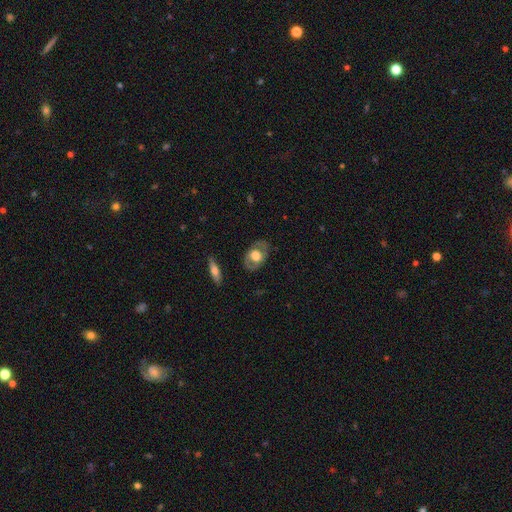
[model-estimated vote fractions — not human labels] Q: Smooth or featured?
A: featured or disk (51%); runner-up: smooth (43%)
Q: Edge-on disk?
A: no (87%); runner-up: yes (13%)
Q: Merging?
A: none (79%); runner-up: minor disturbance (14%)